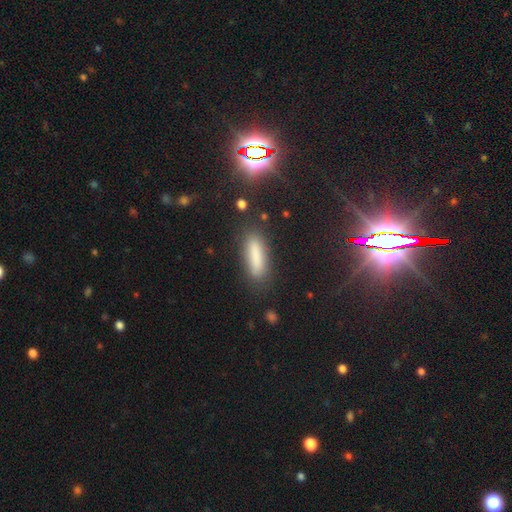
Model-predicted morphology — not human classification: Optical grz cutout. It shows a smooth galaxy with no disk features (80%) that is cigar-shaped (61%). Merging: none (81%).